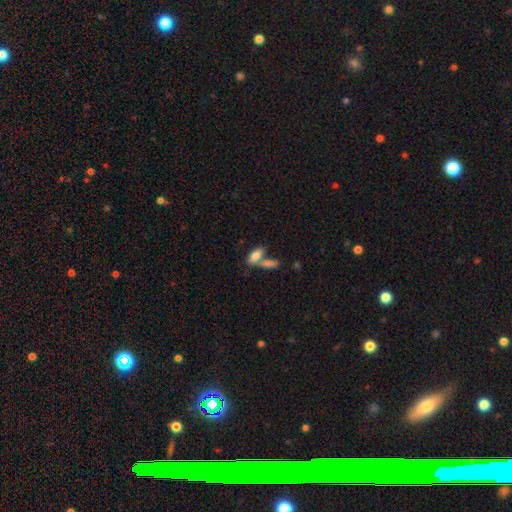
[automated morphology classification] This is likely a smooth galaxy (80%). How rounded: clearly in between (83%). Merging: marginally merger (43%).